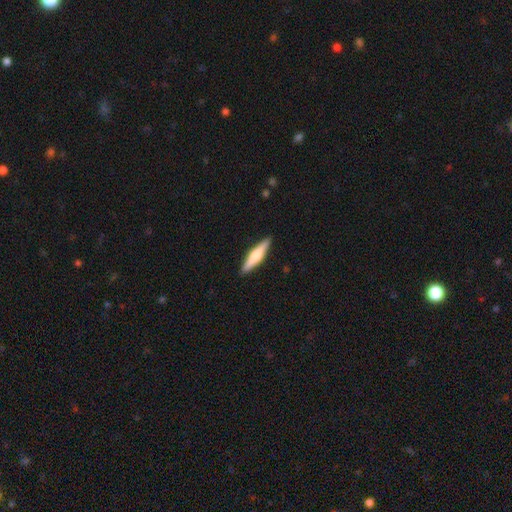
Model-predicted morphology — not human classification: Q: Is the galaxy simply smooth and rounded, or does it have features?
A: smooth — 49%.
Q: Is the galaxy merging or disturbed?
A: none — 91%.